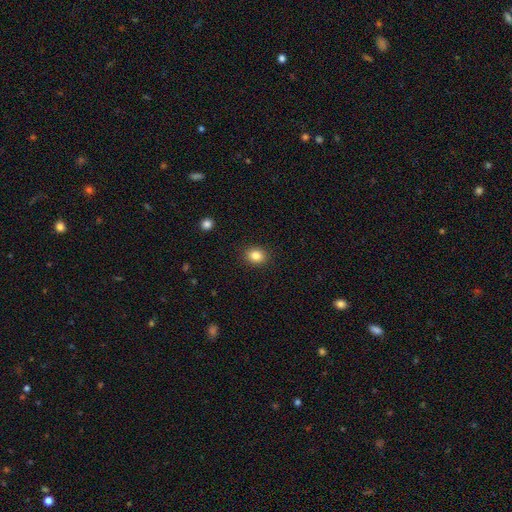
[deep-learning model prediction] smooth_or_featured: smooth (p=0.84) [alt: star or artifact p=0.10]
how_rounded: round (p=0.57) [alt: in between p=0.42]
merging: none (p=0.90) [alt: minor disturbance p=0.07]